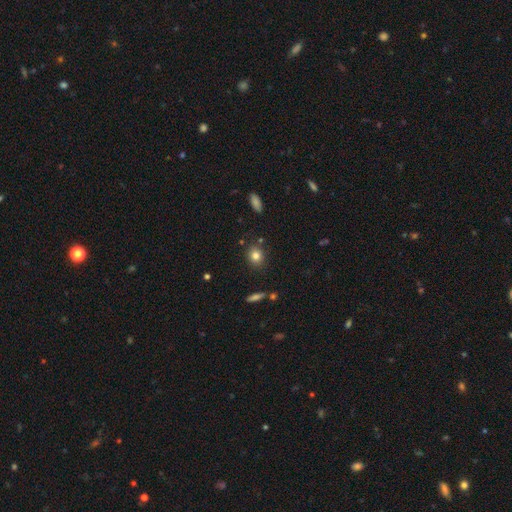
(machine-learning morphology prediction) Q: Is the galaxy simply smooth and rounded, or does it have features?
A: smooth — 80%.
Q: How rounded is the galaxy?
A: round — 71%.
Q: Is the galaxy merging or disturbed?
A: none — 85%.